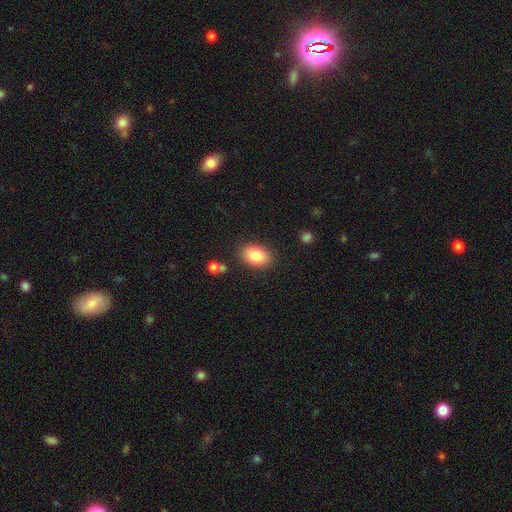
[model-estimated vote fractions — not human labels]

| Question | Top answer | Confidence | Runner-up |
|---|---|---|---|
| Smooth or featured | smooth | 84% | featured or disk (8%) |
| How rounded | in between | 84% | round (15%) |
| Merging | none | 85% | minor disturbance (10%) |